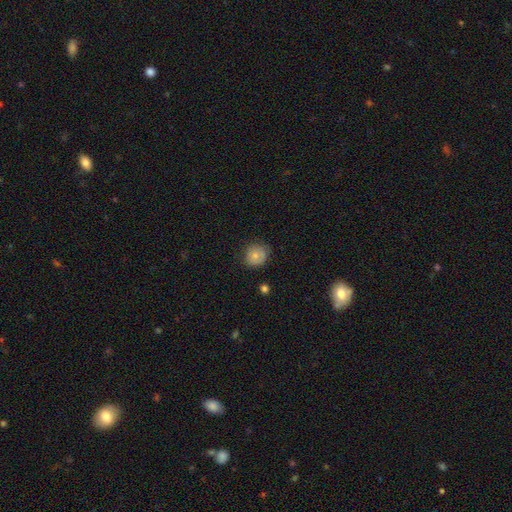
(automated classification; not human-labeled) Smooth or featured: smooth — 67% (featured or disk — 25%)
How rounded: round — 84% (in between — 15%)
Merging: none — 74% (minor disturbance — 20%)